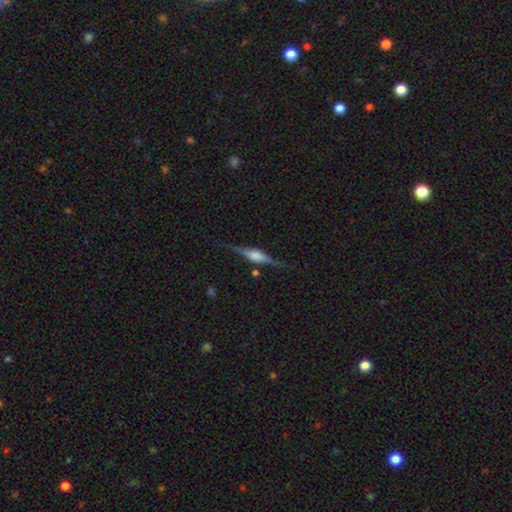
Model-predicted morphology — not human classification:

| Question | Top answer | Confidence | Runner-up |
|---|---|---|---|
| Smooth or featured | featured or disk | 80% | smooth (14%) |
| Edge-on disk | yes | 97% | no (3%) |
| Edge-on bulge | rounded | 75% | boxy (22%) |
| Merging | none | 83% | minor disturbance (12%) |